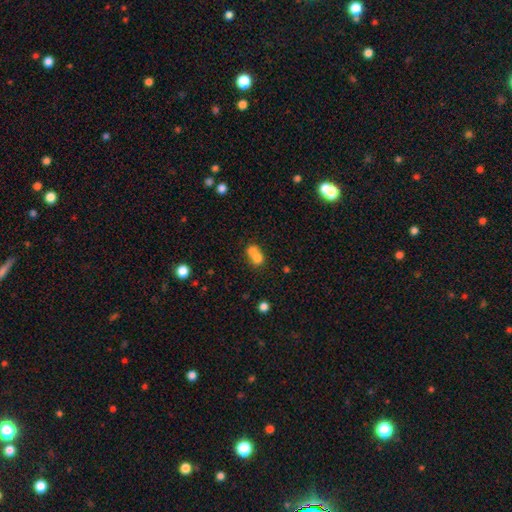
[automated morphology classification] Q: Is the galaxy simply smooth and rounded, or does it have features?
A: smooth — 73%.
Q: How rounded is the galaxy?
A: round — 51%.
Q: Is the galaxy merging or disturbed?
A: merger — 64%.